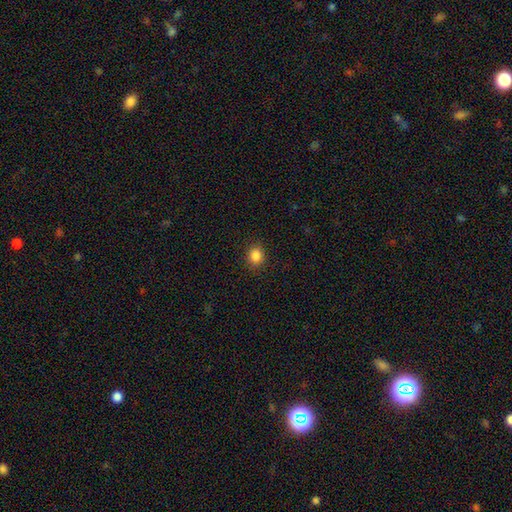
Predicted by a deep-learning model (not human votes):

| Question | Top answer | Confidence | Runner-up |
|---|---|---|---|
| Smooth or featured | smooth | 85% | star or artifact (11%) |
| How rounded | round | 73% | in between (26%) |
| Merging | none | 89% | minor disturbance (8%) |